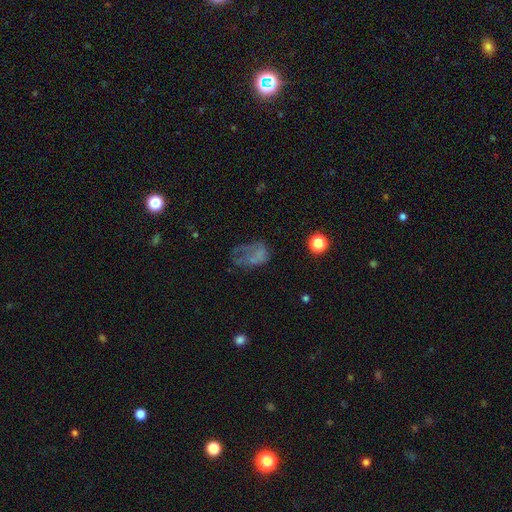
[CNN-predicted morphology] Smooth or featured: smooth — 46% (featured or disk — 34%)
Merging: major disturbance — 41% (none — 31%)